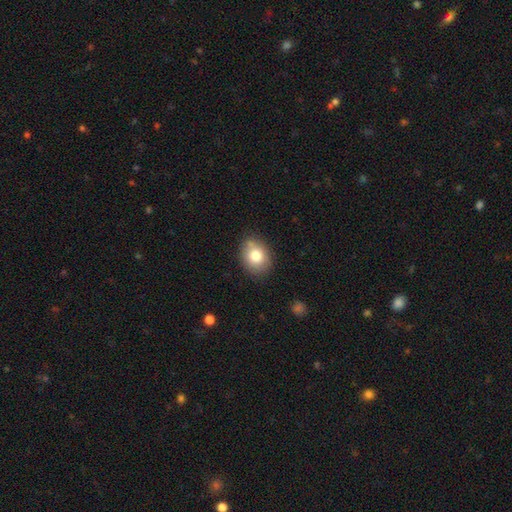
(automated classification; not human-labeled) Smooth or featured? Predicted: smooth (p=0.79). How rounded? Predicted: round (p=0.50). Merging? Predicted: none (p=0.77).